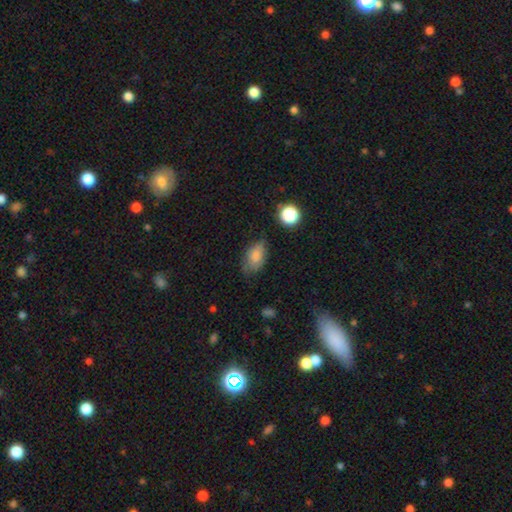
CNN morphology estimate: Smooth or featured: smooth — 80% (featured or disk — 10%)
How rounded: in between — 89% (round — 9%)
Merging: none — 64% (minor disturbance — 27%)